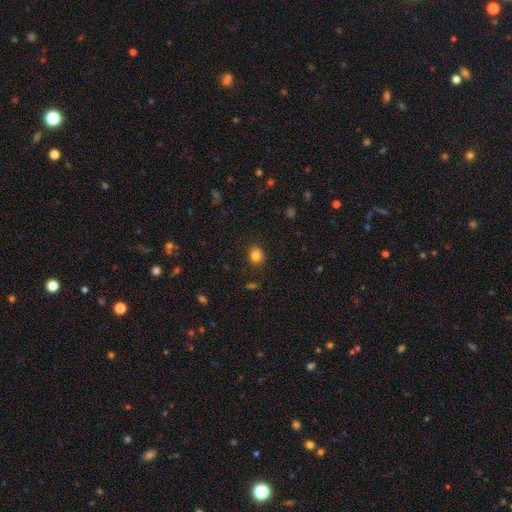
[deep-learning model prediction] Morphology: type=smooth (83%); roundness=round (60%); merging=none (85%).